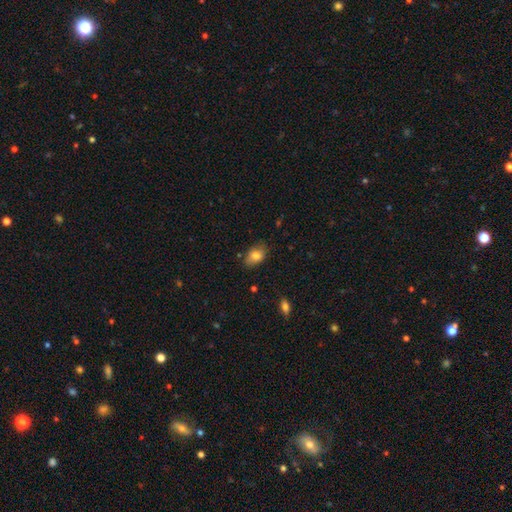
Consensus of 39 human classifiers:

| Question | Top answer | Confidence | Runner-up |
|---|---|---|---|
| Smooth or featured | smooth | 95% | star or artifact (5%) |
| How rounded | in between | 84% | round (14%) |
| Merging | none | 73% | minor disturbance (22%) |